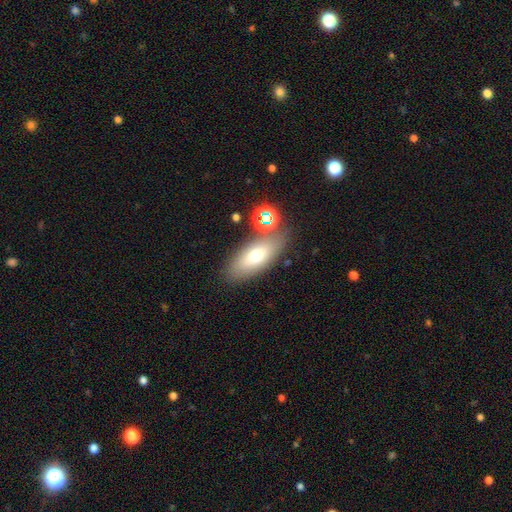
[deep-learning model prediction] This is likely a smooth galaxy (66%). How rounded: likely in between (78%). Merging: likely none (76%).